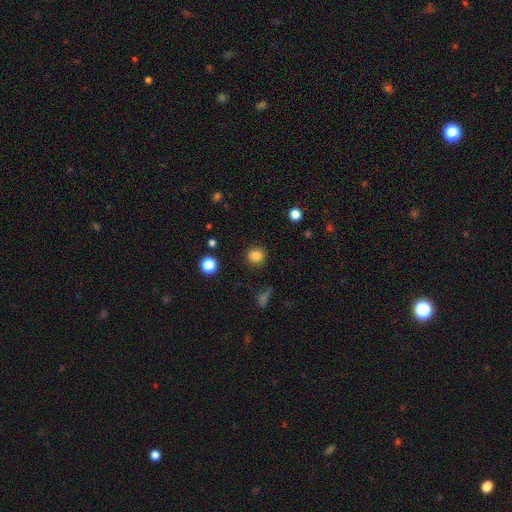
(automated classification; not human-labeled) Morphology: type=smooth (84%); roundness=round (88%); merging=none (90%).